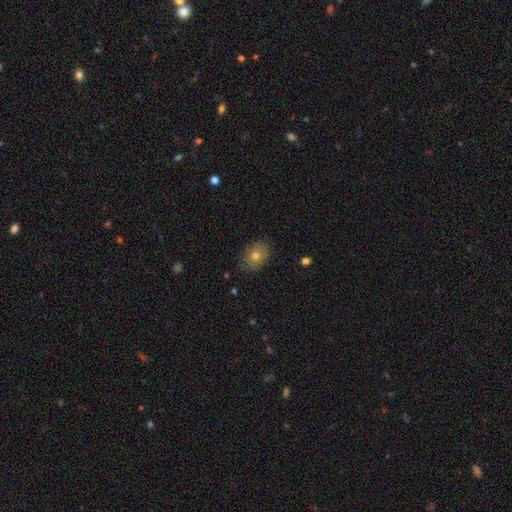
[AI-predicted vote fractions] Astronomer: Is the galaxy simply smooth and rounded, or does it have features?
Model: smooth — 73%.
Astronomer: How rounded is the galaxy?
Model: in between — 68%.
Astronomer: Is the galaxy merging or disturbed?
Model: none — 86%.